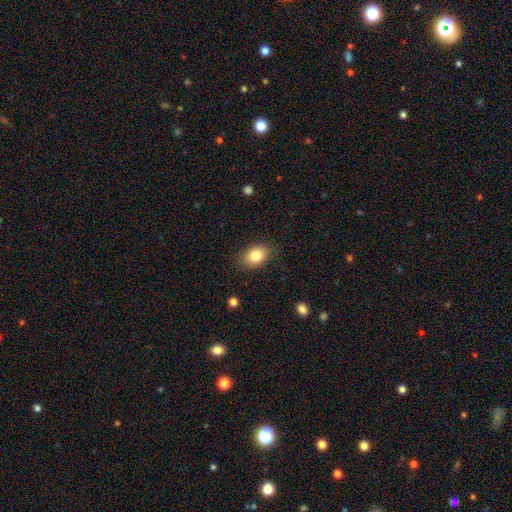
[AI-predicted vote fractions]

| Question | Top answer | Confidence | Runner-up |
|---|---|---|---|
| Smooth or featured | smooth | 83% | featured or disk (9%) |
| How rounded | in between | 78% | round (21%) |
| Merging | none | 84% | minor disturbance (12%) |